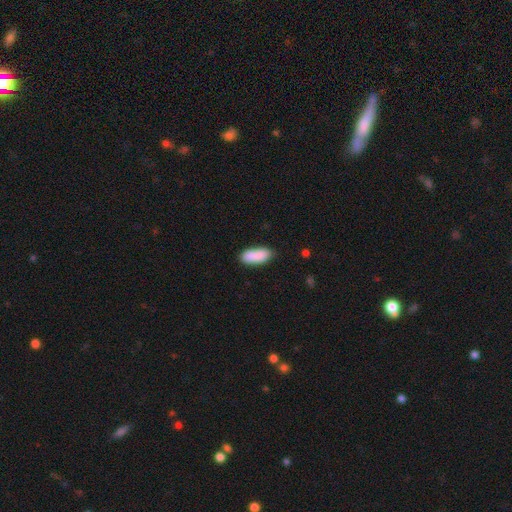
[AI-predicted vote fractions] This is clearly a smooth galaxy (87%). How rounded: clearly in between (80%). Merging: likely none (75%).